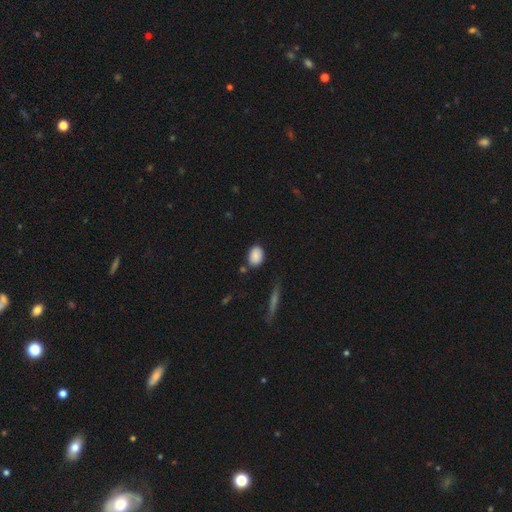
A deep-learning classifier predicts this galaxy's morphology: Overall: smooth (87%). How rounded: in between (75%). Merging: none (77%).